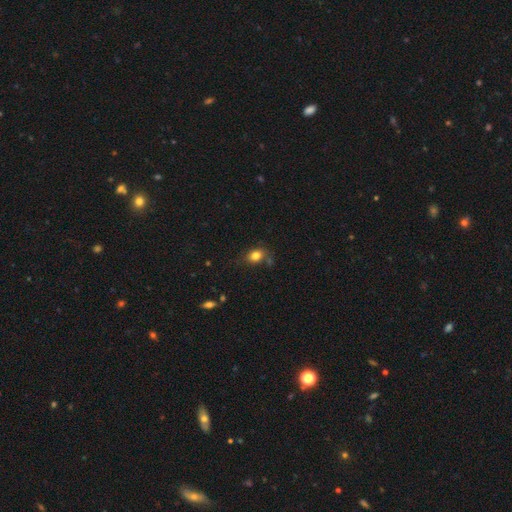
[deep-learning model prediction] A smooth galaxy with no disk features (82%) that is in between round and cigar-shaped (67%).

Vote fractions:
- Smooth or featured? smooth: 82% / star or artifact: 11% / featured or disk: 8%
- How rounded? in between: 67% / round: 32% / cigar-shaped: 2%
- Merging? none: 65% / minor disturbance: 22% / major disturbance: 7% / merger: 6%